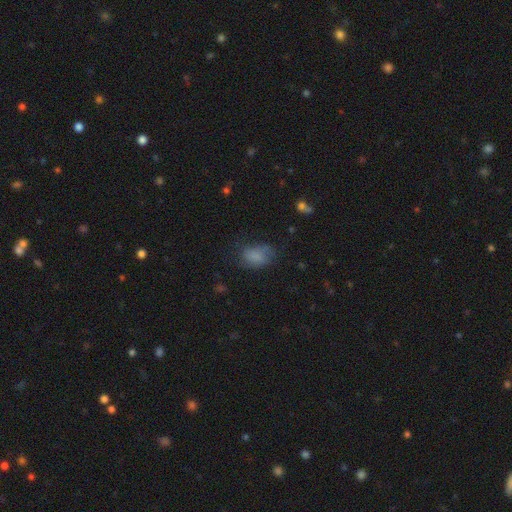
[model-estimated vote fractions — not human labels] Smooth or featured: smooth — 77% (featured or disk — 12%)
How rounded: in between — 83% (round — 16%)
Merging: none — 50% (minor disturbance — 31%)